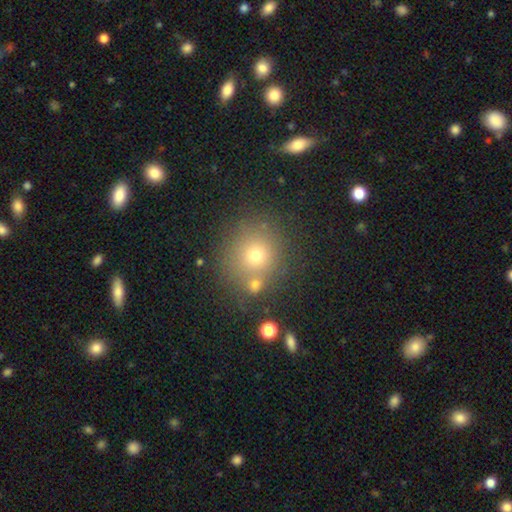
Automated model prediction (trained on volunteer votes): Overall: smooth (69%). How rounded: round (89%). Merging: none (73%).